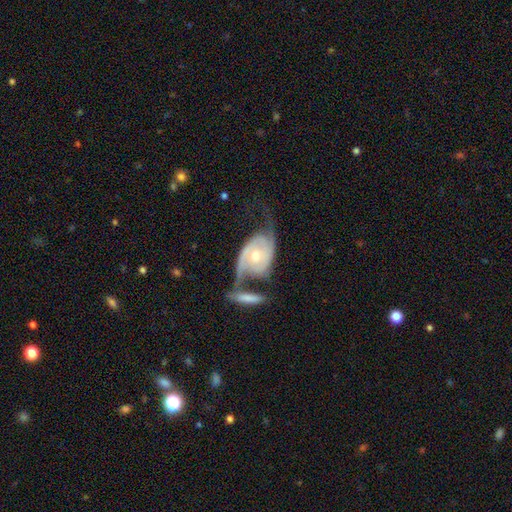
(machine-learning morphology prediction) Q: Smooth or featured?
A: featured or disk (80%); runner-up: smooth (15%)
Q: Edge-on disk?
A: no (94%); runner-up: yes (6%)
Q: Bar?
A: no (69%); runner-up: weak (24%)
Q: Spiral arms?
A: yes (91%); runner-up: no (9%)
Q: Spiral winding?
A: medium (37%); runner-up: loose (36%)
Q: Spiral arm count?
A: 2 (79%); runner-up: can't tell (10%)
Q: Bulge size?
A: moderate (55%); runner-up: small (40%)
Q: Merging?
A: merger (37%); runner-up: none (27%)